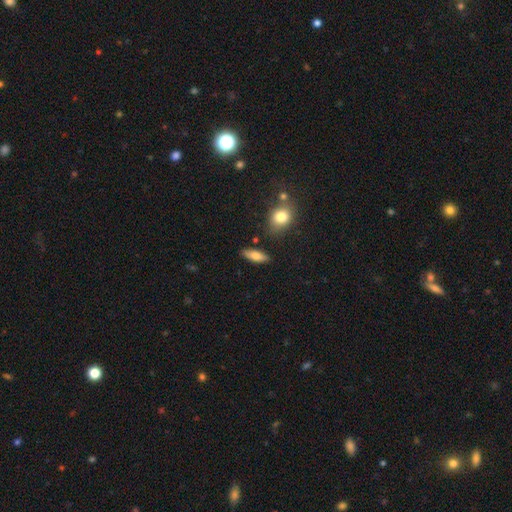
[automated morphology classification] Smooth or featured: smooth — 75% (featured or disk — 18%)
How rounded: in between — 65% (cigar-shaped — 32%)
Merging: none — 83% (minor disturbance — 11%)